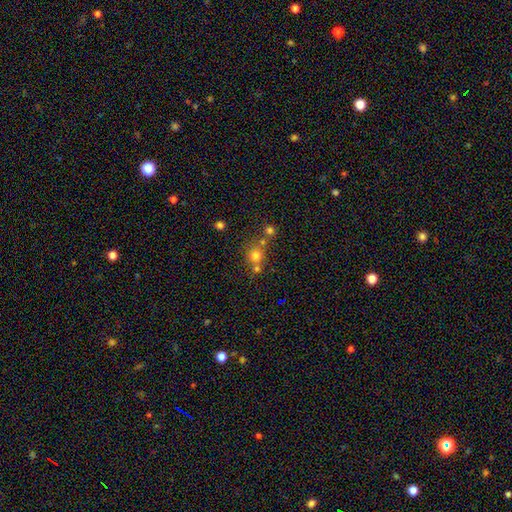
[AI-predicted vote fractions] smooth_or_featured: smooth (p=0.70) [alt: star or artifact p=0.18]
how_rounded: round (p=0.85) [alt: in between p=0.14]
merging: none (p=0.52) [alt: merger p=0.34]